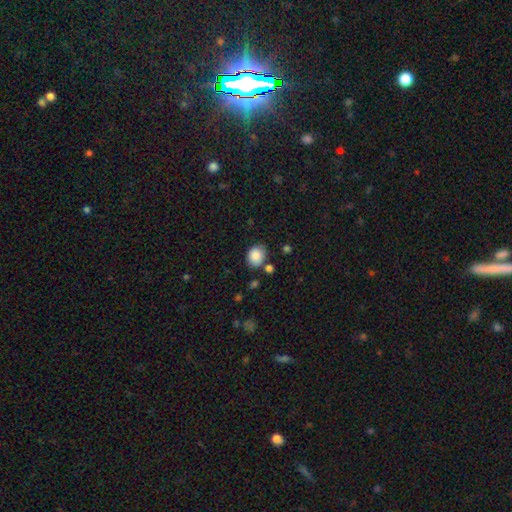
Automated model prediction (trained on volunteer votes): This is clearly a smooth galaxy (87%). How rounded: possibly round (55%). Merging: likely none (74%).